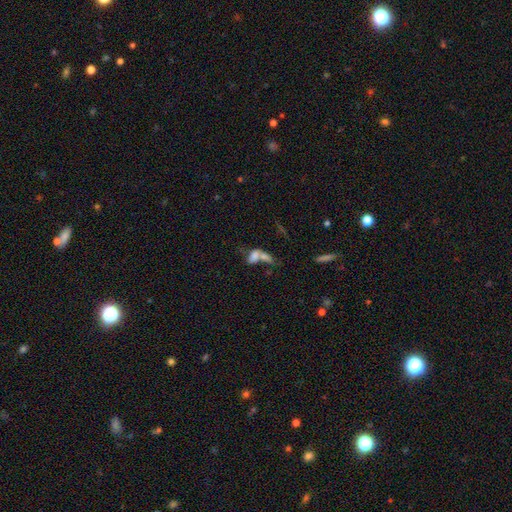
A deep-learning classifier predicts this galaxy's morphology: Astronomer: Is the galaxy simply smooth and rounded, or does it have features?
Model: smooth — 67%.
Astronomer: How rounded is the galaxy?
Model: in between — 81%.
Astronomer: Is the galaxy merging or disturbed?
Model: merger — 64%.